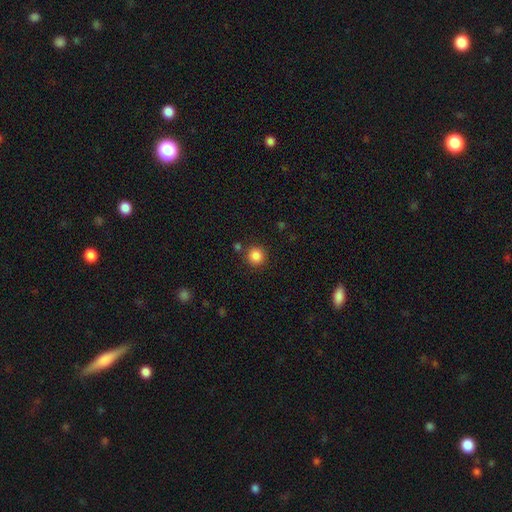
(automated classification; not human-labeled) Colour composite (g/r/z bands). It shows a smooth galaxy with no disk features (86%) that is round (94%). Merging: none (86%).